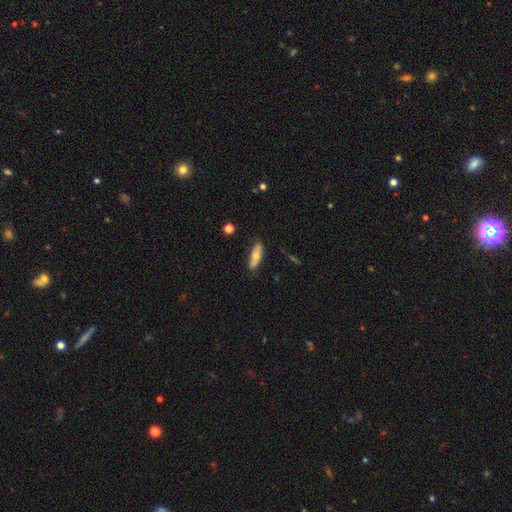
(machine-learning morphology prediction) A smooth galaxy with no disk features (63%) that is cigar-shaped (51%). Merging: none (82%).